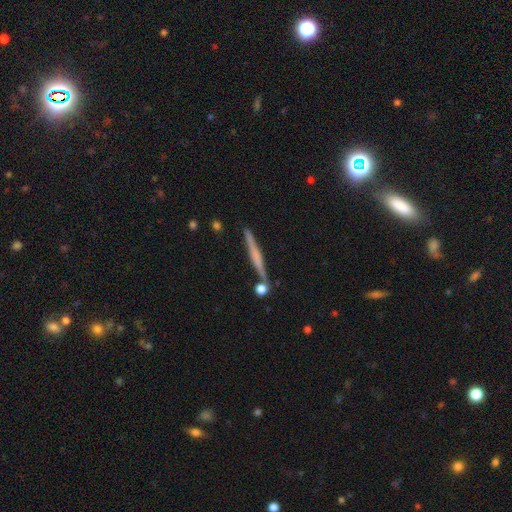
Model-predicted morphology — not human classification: A featured or disk galaxy (57%) viewed edge-on (97%) with no central bulge (55%). Merging: none (85%).